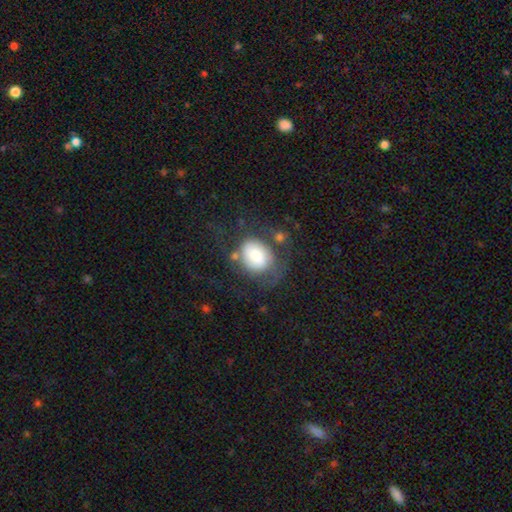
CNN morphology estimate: smooth_or_featured: smooth (p=0.66) [alt: featured or disk p=0.26]
how_rounded: round (p=0.51) [alt: in between p=0.48]
merging: none (p=0.43) [alt: major disturbance p=0.25]